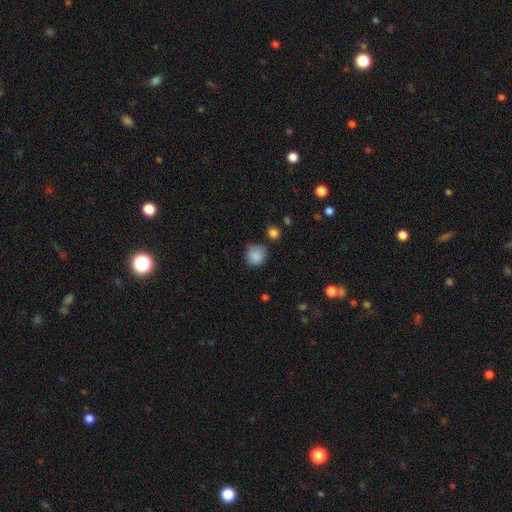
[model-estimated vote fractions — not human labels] This appears to be a smooth galaxy with no disk features (86%) that is round (85%). Merging: none (68%).